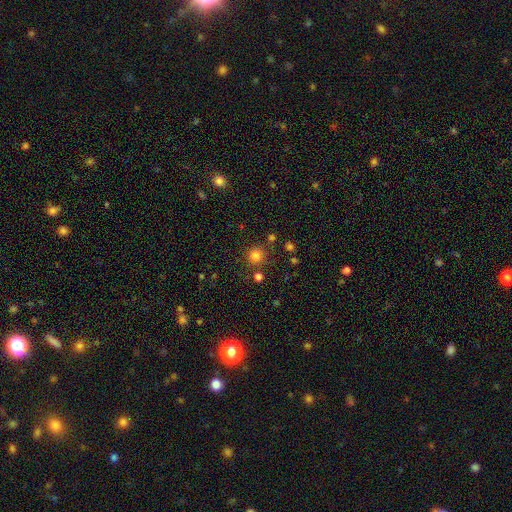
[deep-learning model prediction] The model was most divided on "smooth or featured": smooth: 80%, star or artifact: 15%, featured or disk: 6%. More confident: how rounded — round (93%); merging — none (81%).